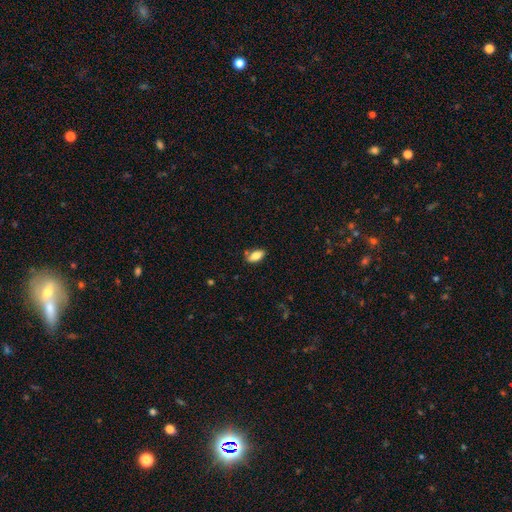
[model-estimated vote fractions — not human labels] Smooth or featured?
  - smooth: 81% *
  - featured or disk: 11%
  - star or artifact: 7%
How rounded?
  - in between: 88% *
  - cigar-shaped: 9%
  - round: 3%
Merging?
  - none: 78% *
  - minor disturbance: 14%
  - merger: 5%
  - major disturbance: 3%